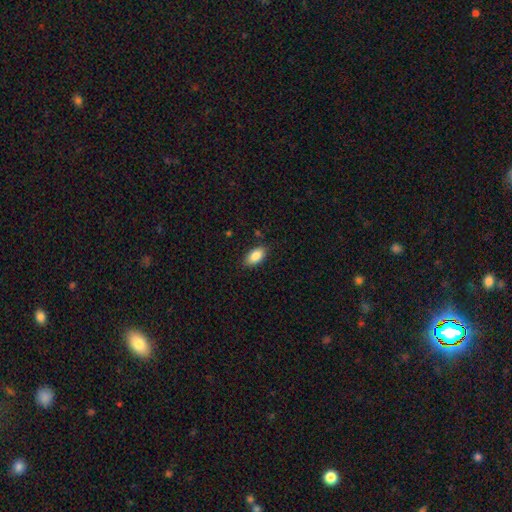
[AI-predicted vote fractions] Smooth or featured: smooth — 86% (featured or disk — 7%)
How rounded: in between — 92% (cigar-shaped — 4%)
Merging: none — 85% (minor disturbance — 11%)